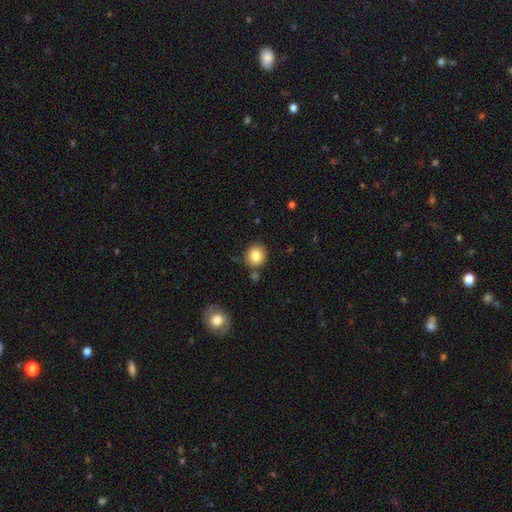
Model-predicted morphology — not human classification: This appears to be a smooth galaxy with no disk features (83%) that is round (84%). Merging: none (82%).